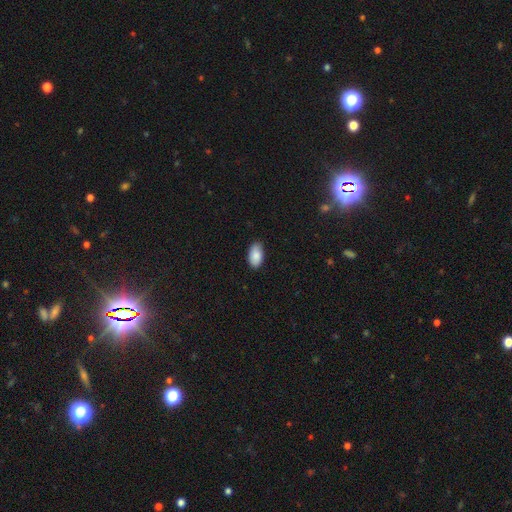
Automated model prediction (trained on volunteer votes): smooth_or_featured: smooth (p=0.88) [alt: star or artifact p=0.06]
how_rounded: in between (p=0.95) [alt: round p=0.03]
merging: none (p=0.86) [alt: minor disturbance p=0.11]